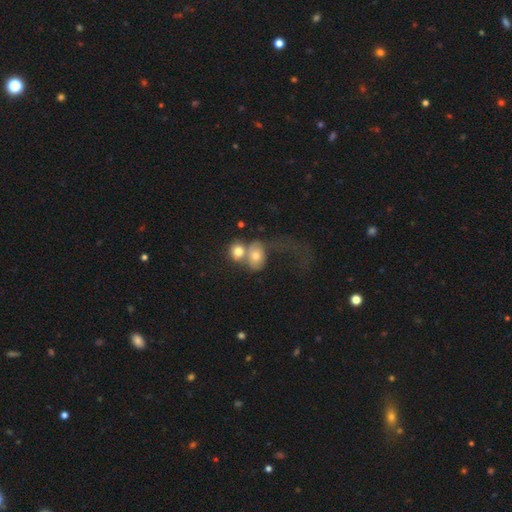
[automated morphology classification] Q: Smooth or featured?
A: smooth (65%); runner-up: featured or disk (25%)
Q: How rounded?
A: in between (52%); runner-up: round (46%)
Q: Merging?
A: merger (69%); runner-up: none (13%)